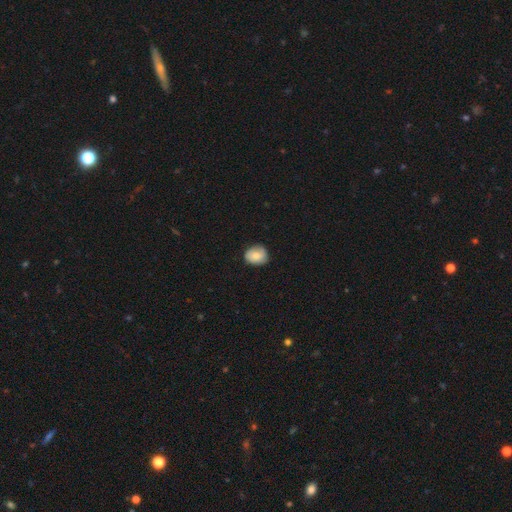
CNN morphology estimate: smooth_or_featured: smooth (p=0.78) [alt: featured or disk p=0.14]
how_rounded: round (p=0.55) [alt: in between p=0.44]
merging: none (p=0.75) [alt: minor disturbance p=0.21]